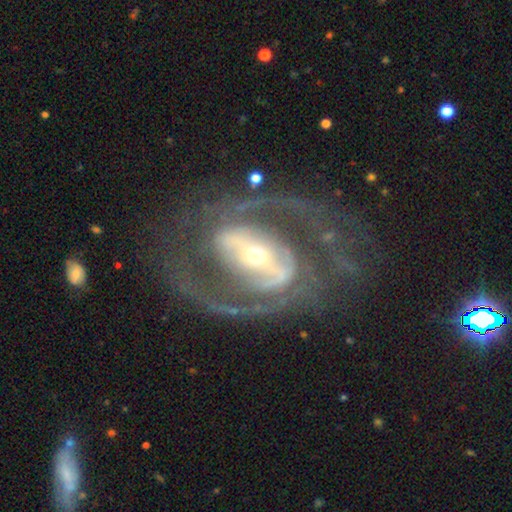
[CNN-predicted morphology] A featured or disk galaxy (88%) with a strong bar (58%), 2 (82%) medium (51%) spiral arms (89%) and a small central bulge (47%). Merging: none (68%).